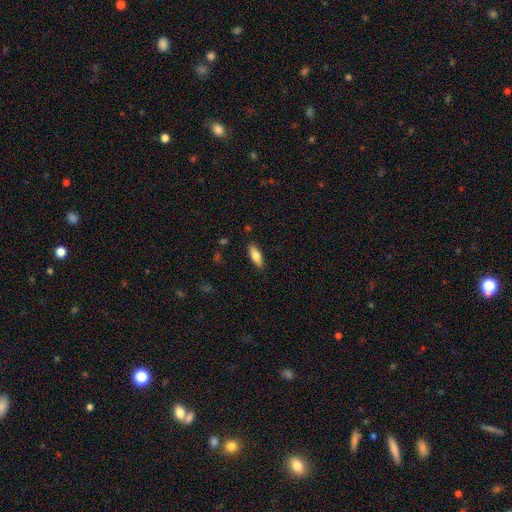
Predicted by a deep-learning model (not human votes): A smooth galaxy with no disk features (75%) that is in between round and cigar-shaped (66%).

Vote fractions:
- Smooth or featured? smooth: 75% / featured or disk: 19% / star or artifact: 6%
- How rounded? in between: 66% / cigar-shaped: 32% / round: 2%
- Merging? none: 87% / minor disturbance: 10% / major disturbance: 2% / merger: 1%